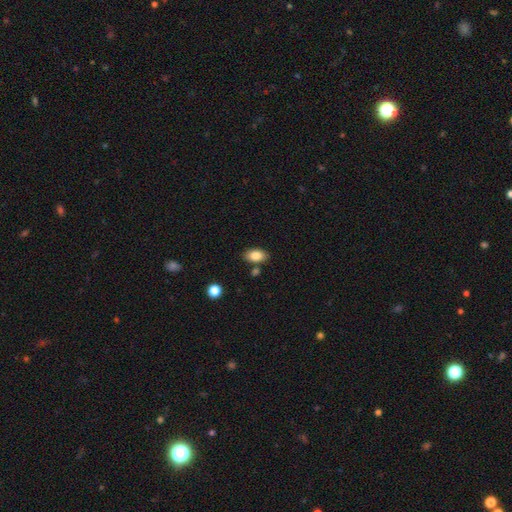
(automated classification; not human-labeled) Smooth or featured?
  - smooth: 84% *
  - featured or disk: 8%
  - star or artifact: 8%
How rounded?
  - in between: 92% *
  - round: 6%
  - cigar-shaped: 2%
Merging?
  - none: 81% *
  - minor disturbance: 11%
  - merger: 6%
  - major disturbance: 2%